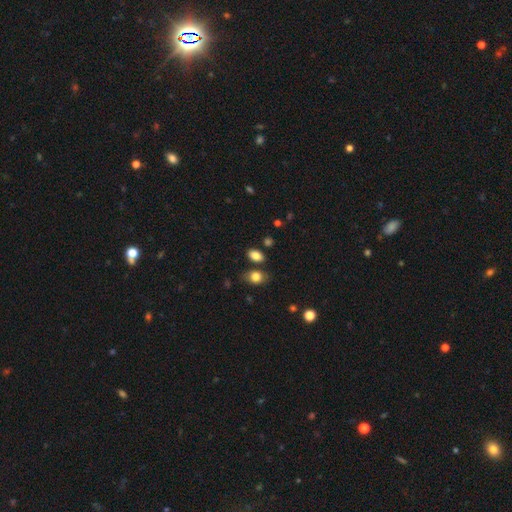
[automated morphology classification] A smooth galaxy with no disk features (84%) that is in between round and cigar-shaped (83%).

Vote fractions:
- Smooth or featured? smooth: 84% / star or artifact: 10% / featured or disk: 6%
- How rounded? in between: 83% / round: 15% / cigar-shaped: 2%
- Merging? none: 76% / minor disturbance: 12% / merger: 8% / major disturbance: 3%